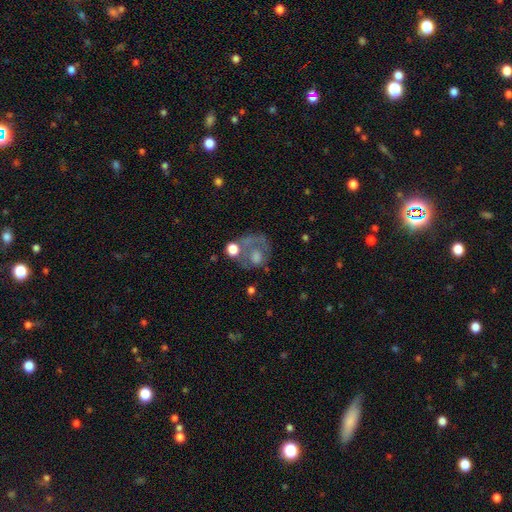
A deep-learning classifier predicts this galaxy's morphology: Smooth or featured?
  - featured or disk: 48% *
  - smooth: 35%
  - star or artifact: 17%
Merging?
  - none: 38% *
  - major disturbance: 30%
  - merger: 17%
  - minor disturbance: 16%